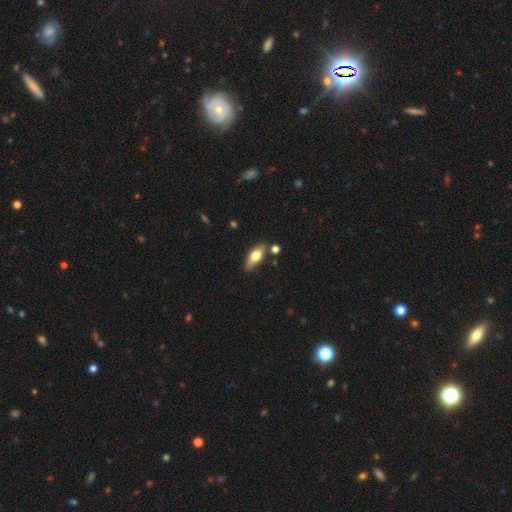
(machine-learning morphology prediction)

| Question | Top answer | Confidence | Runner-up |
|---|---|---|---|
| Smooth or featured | smooth | 66% | featured or disk (27%) |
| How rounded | in between | 76% | cigar-shaped (21%) |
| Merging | none | 78% | minor disturbance (13%) |